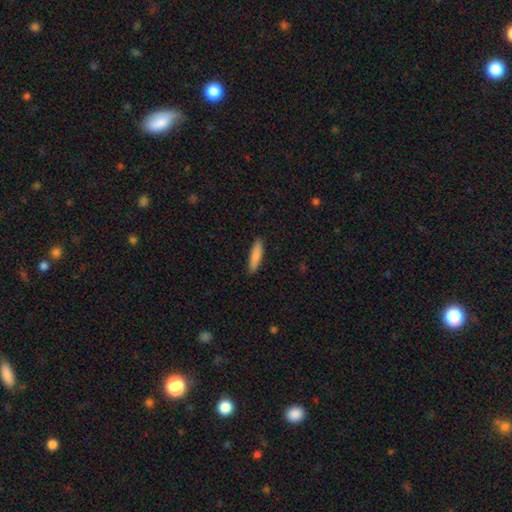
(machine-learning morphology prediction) This is clearly a smooth galaxy (86%). How rounded: likely cigar-shaped (77%). Merging: clearly none (89%).